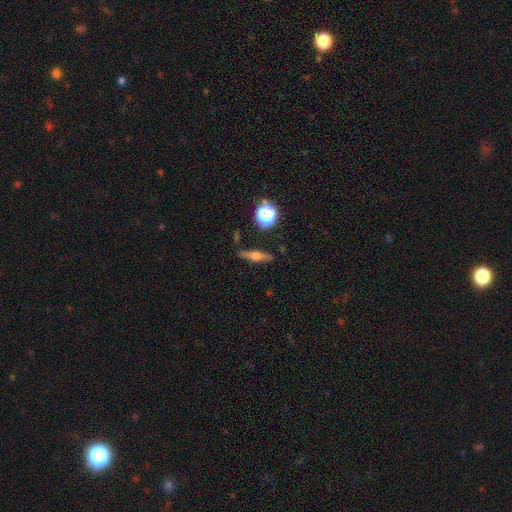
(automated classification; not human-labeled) The model was most divided on "smooth or featured": featured or disk: 55%, smooth: 35%, star or artifact: 10%. More confident: edge-on disk — yes (94%); edge-on bulge — rounded (88%); merging — none (86%).